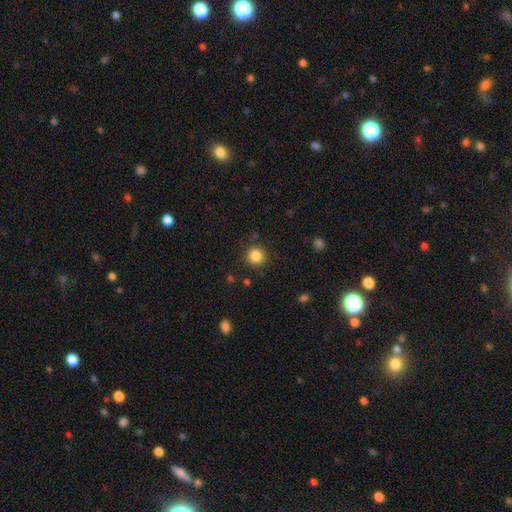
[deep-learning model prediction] A smooth galaxy with no disk features (85%) that is round (93%). Merging: none (89%).